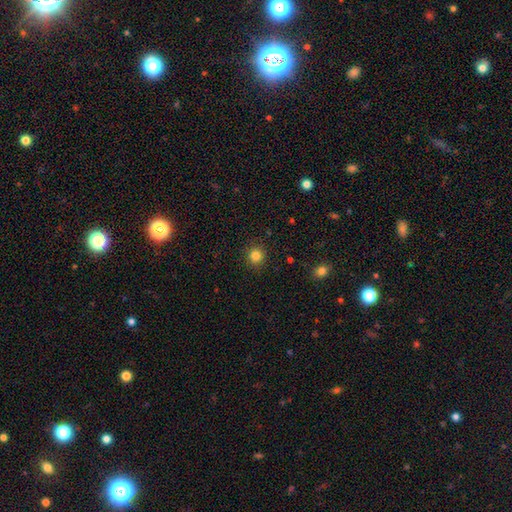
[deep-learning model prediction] This is clearly a smooth galaxy (83%). How rounded: clearly round (92%). Merging: clearly none (90%).